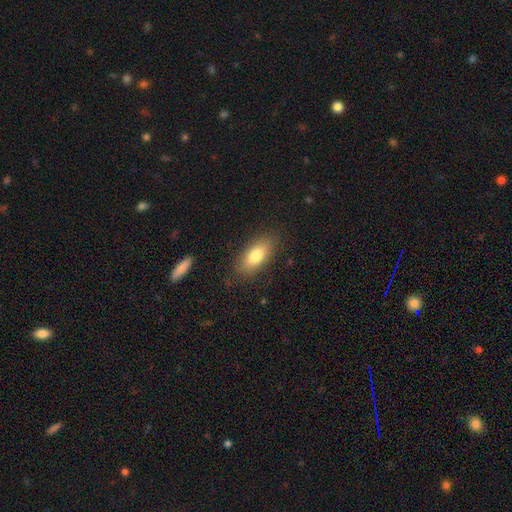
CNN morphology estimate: Smooth or featured: smooth — 78% (featured or disk — 15%)
How rounded: in between — 83% (cigar-shaped — 13%)
Merging: none — 84% (minor disturbance — 11%)